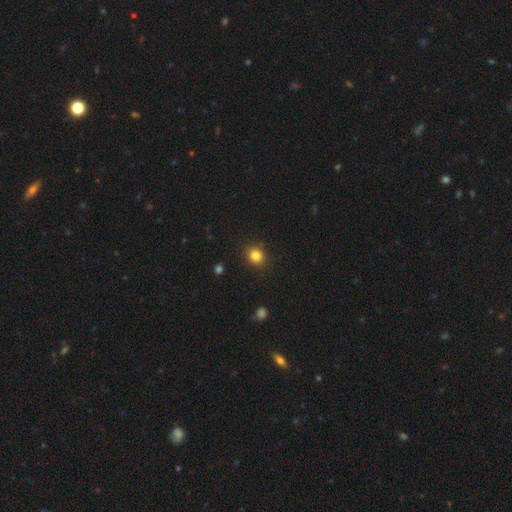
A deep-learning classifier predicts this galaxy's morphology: Smooth or featured?
  - smooth: 84% *
  - star or artifact: 11%
  - featured or disk: 5%
How rounded?
  - round: 76% *
  - in between: 23%
  - cigar-shaped: 1%
Merging?
  - none: 88% *
  - minor disturbance: 8%
  - major disturbance: 2%
  - merger: 1%